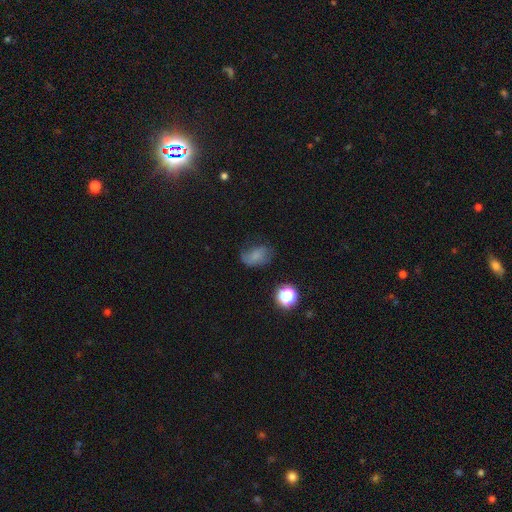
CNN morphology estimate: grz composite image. It shows a smooth galaxy with no disk features (61%) that is in between round and cigar-shaped (79%). Merging: none (46%).